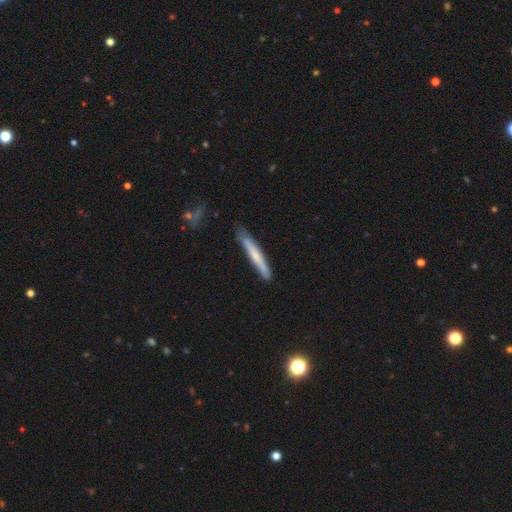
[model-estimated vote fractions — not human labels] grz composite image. It shows a smooth galaxy with no disk features (61%) that is cigar-shaped (95%). Merging: none (80%).